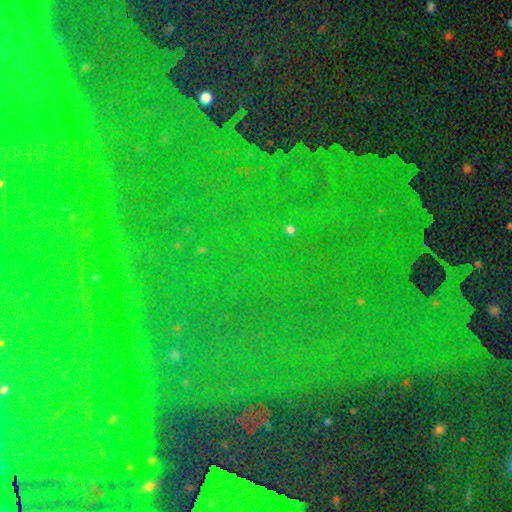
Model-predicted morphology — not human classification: type=star or artifact (85%).